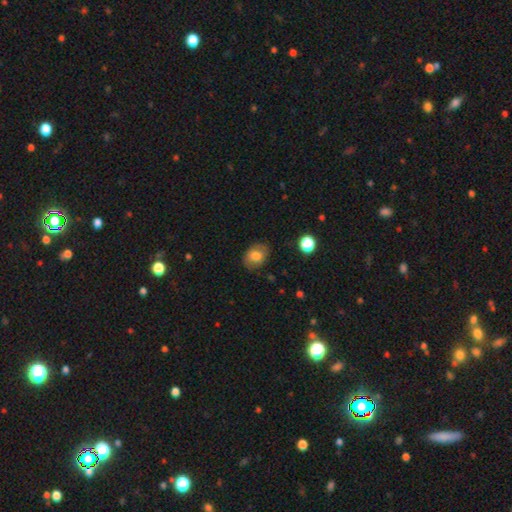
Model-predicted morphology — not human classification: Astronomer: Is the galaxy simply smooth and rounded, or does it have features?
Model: smooth — 75%.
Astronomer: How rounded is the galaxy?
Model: in between — 68%.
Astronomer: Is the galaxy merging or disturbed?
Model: none — 79%.